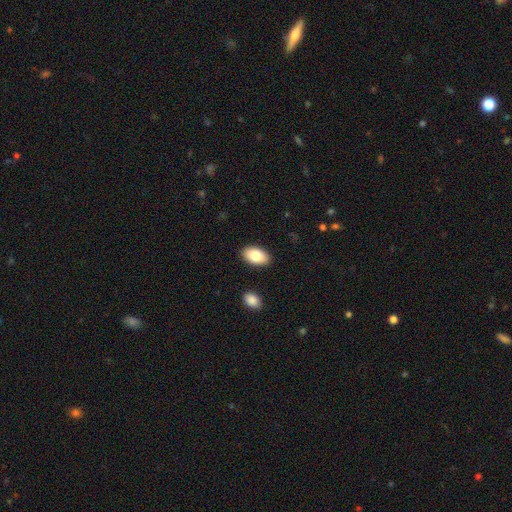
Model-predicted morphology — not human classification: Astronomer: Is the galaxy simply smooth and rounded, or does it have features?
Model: smooth — 84%.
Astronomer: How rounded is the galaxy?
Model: in between — 94%.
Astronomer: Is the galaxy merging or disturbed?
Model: none — 89%.